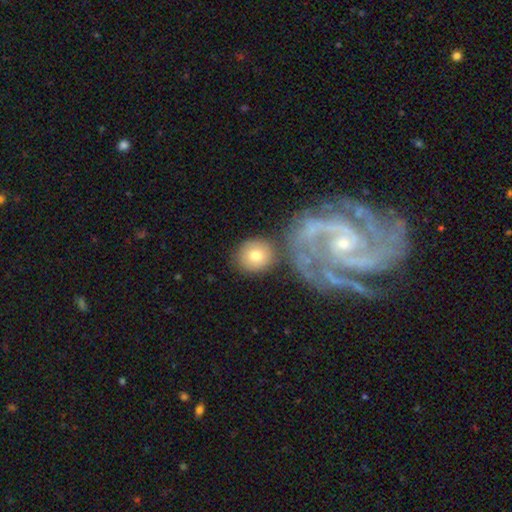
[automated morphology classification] A smooth galaxy with no disk features (76%) that is round (80%).

Vote fractions:
- Smooth or featured? smooth: 76% / featured or disk: 17% / star or artifact: 7%
- How rounded? round: 80% / in between: 19% / cigar-shaped: 1%
- Merging? none: 71% / merger: 13% / minor disturbance: 11% / major disturbance: 5%